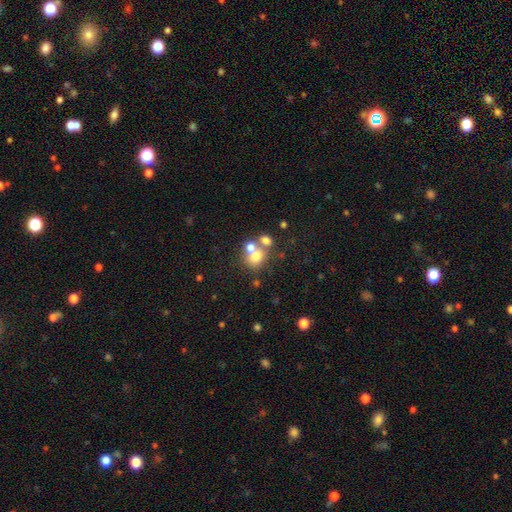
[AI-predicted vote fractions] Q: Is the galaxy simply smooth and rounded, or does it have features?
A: smooth — 66%.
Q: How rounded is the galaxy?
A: round — 66%.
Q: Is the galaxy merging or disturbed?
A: merger — 48%.